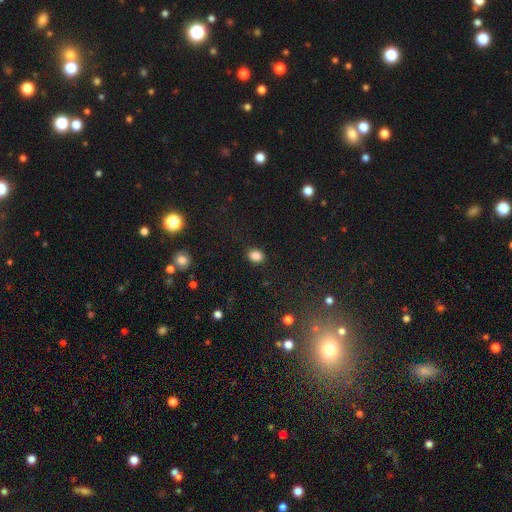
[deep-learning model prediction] Smooth or featured? Predicted: smooth (p=0.86). How rounded? Predicted: in between (p=0.58). Merging? Predicted: none (p=0.87).